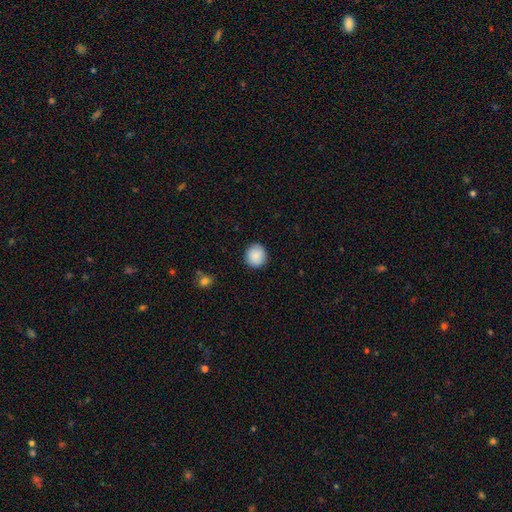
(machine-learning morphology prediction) This is clearly a smooth galaxy (89%). How rounded: clearly round (91%). Merging: clearly none (90%).